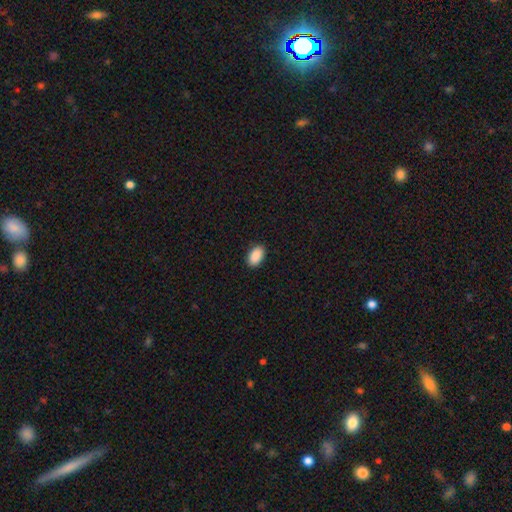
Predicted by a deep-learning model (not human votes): smooth-or-featured: smooth: 91% | star or artifact: 7% | featured or disk: 2%
  how-rounded: in between: 93% | round: 5% | cigar-shaped: 1%
  merging: none: 90% | minor disturbance: 8% | major disturbance: 2% | merger: 1%